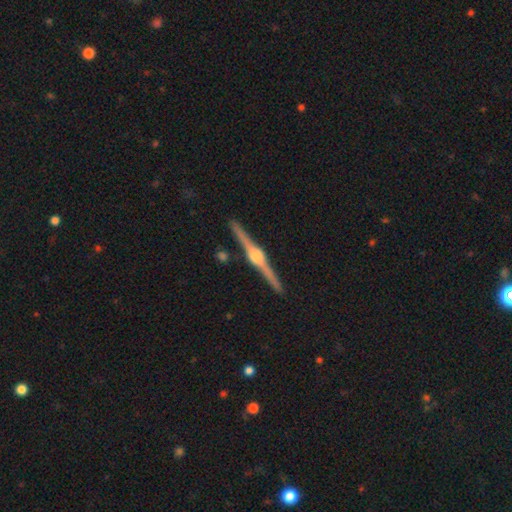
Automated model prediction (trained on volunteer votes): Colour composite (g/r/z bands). It shows a featured or disk galaxy (89%) viewed edge-on (99%) with a rounded central bulge (93%). Merging: none (92%).